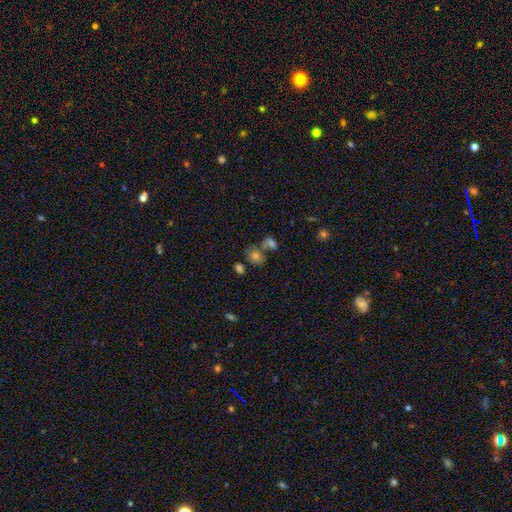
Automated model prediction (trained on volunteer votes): A smooth galaxy with no disk features (52%) that is in between round and cigar-shaped (58%).

Vote fractions:
- Smooth or featured? smooth: 52% / star or artifact: 28% / featured or disk: 20%
- How rounded? in between: 58% / round: 40% / cigar-shaped: 2%
- Merging? none: 48% / merger: 32% / minor disturbance: 12% / major disturbance: 7%